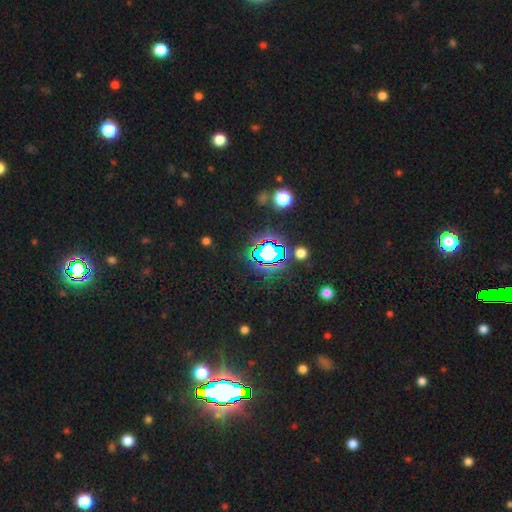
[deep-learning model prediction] Smooth or featured: star or artifact — 83% (smooth — 10%)